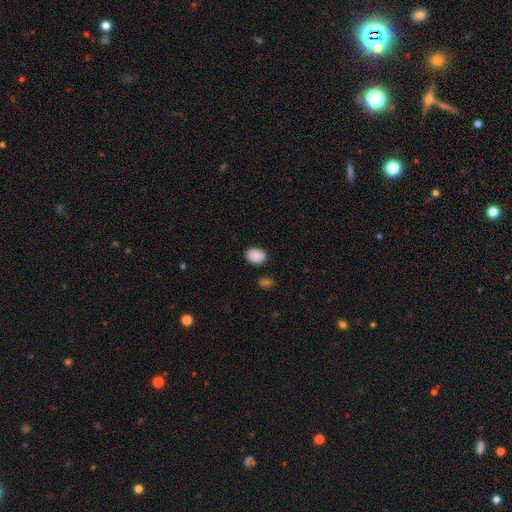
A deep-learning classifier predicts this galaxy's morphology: The model was most divided on "how rounded": in between: 70%, round: 29%, cigar-shaped: 1%. More confident: smooth or featured — smooth (89%); merging — none (85%).